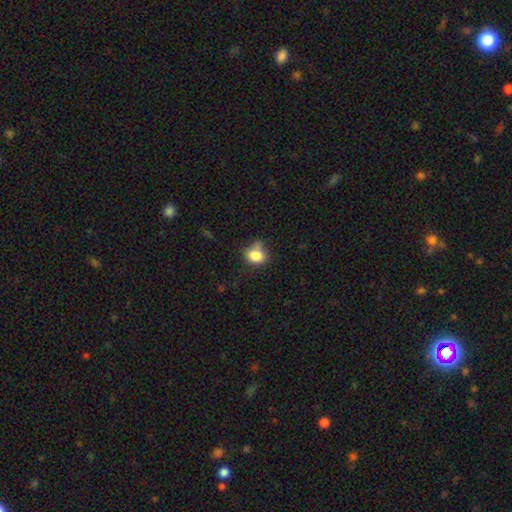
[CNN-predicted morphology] Smooth or featured? Predicted: smooth (p=0.80). How rounded? Predicted: round (p=0.52). Merging? Predicted: none (p=0.49).